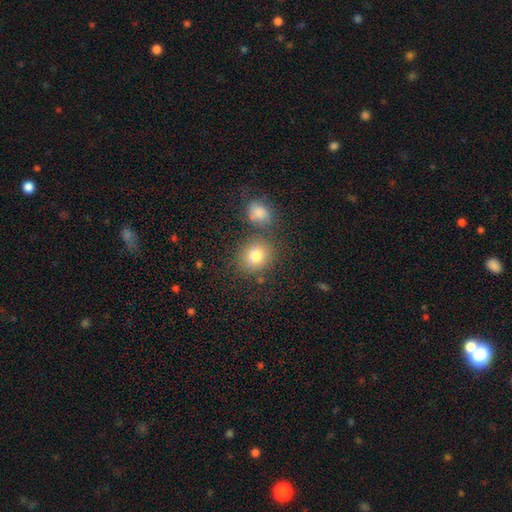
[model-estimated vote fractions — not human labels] Smooth or featured?
  - smooth: 80% *
  - star or artifact: 11%
  - featured or disk: 9%
How rounded?
  - round: 71% *
  - in between: 28%
  - cigar-shaped: 1%
Merging?
  - none: 69% *
  - merger: 14%
  - minor disturbance: 12%
  - major disturbance: 4%